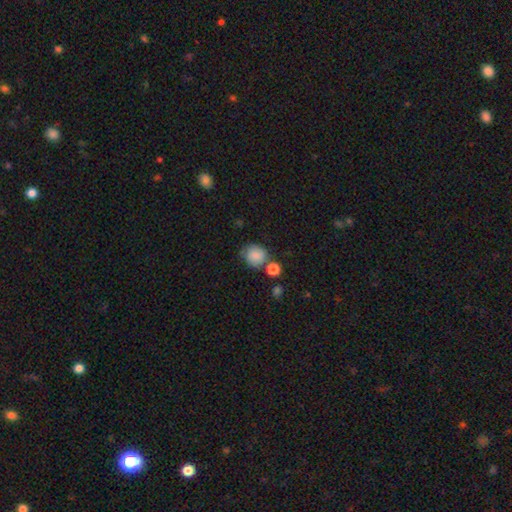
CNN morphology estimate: The model was most divided on "merging": none: 61%, minor disturbance: 18%, merger: 14%, major disturbance: 6%. More confident: smooth or featured — smooth (82%); how rounded — round (82%).